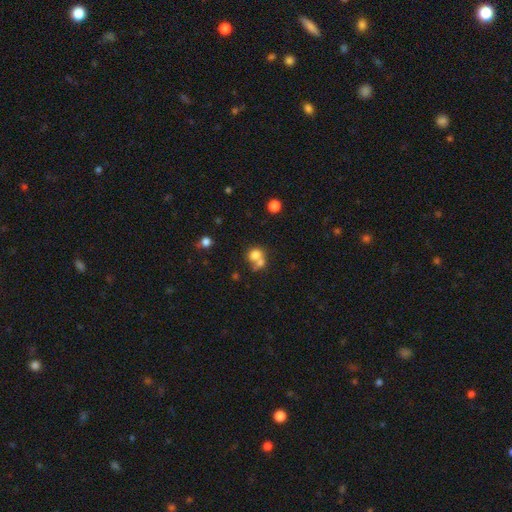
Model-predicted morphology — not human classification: smooth 74%, featured or disk 14%, star or artifact 12%. Down the decision tree: how rounded — round (68%); merging — merger (56%).